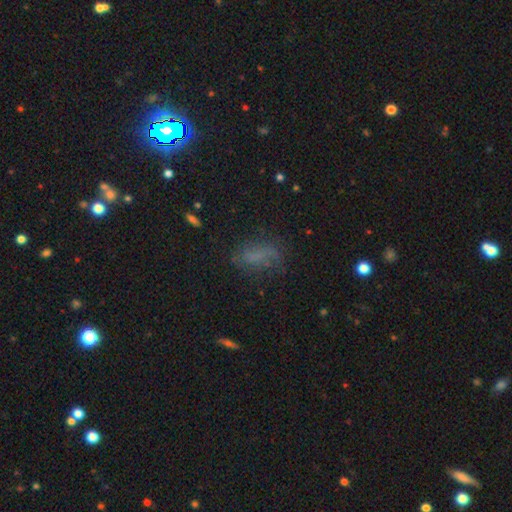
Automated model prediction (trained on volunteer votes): Smooth or featured? smooth (55%)
How rounded? in between (71%)
Merging? none (64%)